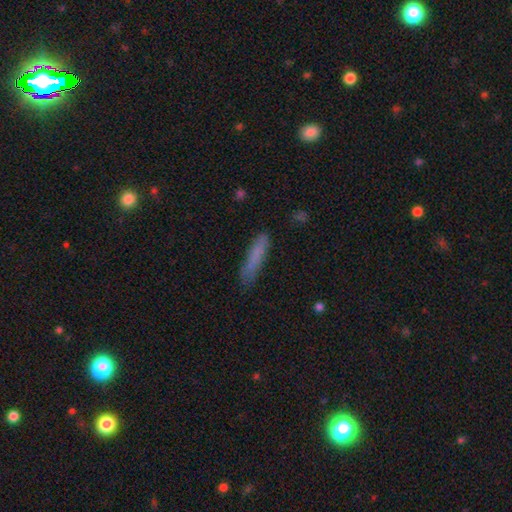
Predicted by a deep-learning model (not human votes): A smooth galaxy with no disk features (77%) that is cigar-shaped (87%). Merging: none (75%).